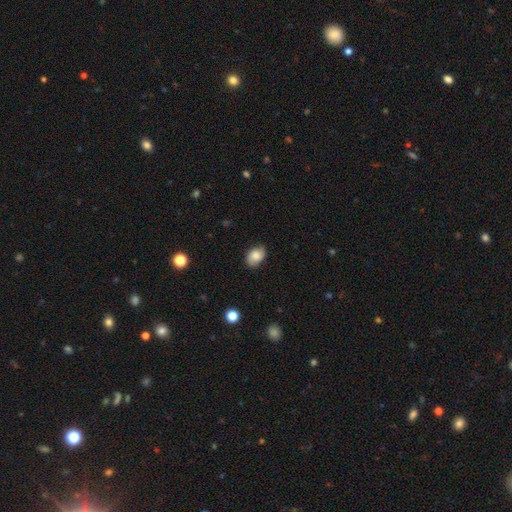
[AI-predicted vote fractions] Smooth or featured?
  - smooth: 77% *
  - featured or disk: 15%
  - star or artifact: 8%
How rounded?
  - in between: 81% *
  - round: 18%
  - cigar-shaped: 1%
Merging?
  - none: 79% *
  - minor disturbance: 17%
  - major disturbance: 3%
  - merger: 1%